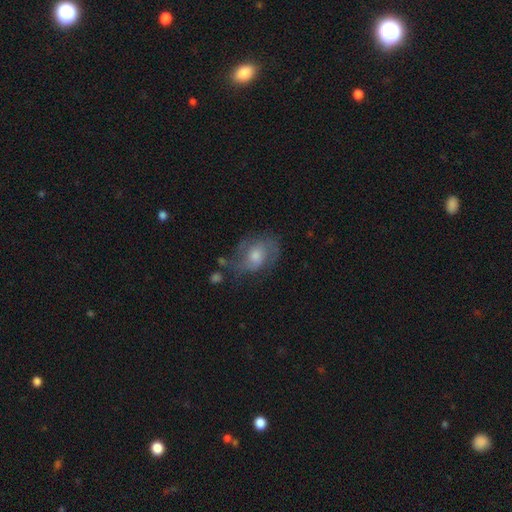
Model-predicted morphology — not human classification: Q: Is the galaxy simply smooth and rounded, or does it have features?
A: featured or disk — 62%.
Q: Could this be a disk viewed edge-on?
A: no — 96%.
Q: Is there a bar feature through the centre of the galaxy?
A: no — 61%.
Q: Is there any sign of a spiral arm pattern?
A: yes — 82%.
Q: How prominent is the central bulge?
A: moderate — 57%.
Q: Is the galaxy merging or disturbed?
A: none — 59%.